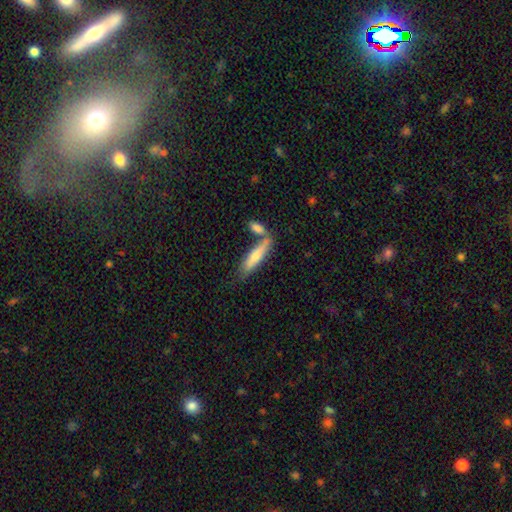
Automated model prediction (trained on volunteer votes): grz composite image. It shows a smooth galaxy with no disk features (58%) that is cigar-shaped (82%). Merging: none (62%).